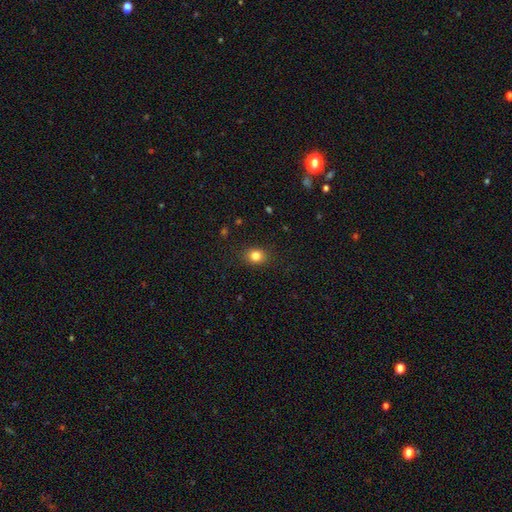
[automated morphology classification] type=smooth (83%); roundness=round (61%); merging=none (87%).